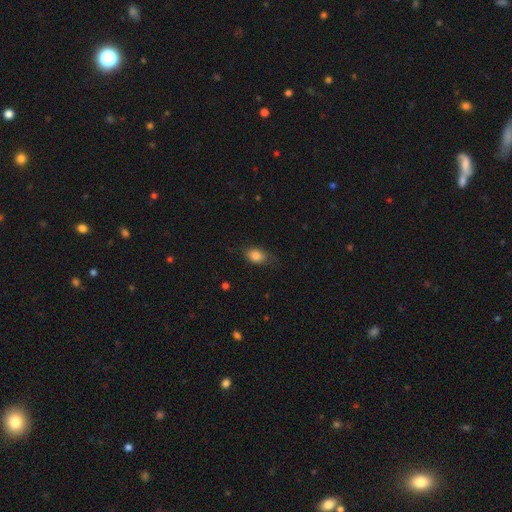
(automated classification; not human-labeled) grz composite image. It shows a smooth galaxy with no disk features (85%) that is in between round and cigar-shaped (81%). Merging: none (73%).